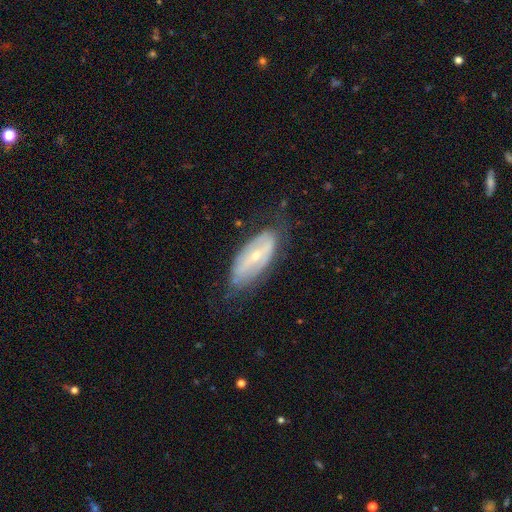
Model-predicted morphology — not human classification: This is likely a featured or disk galaxy (69%). It is clearly not viewed edge-on (86%). Bar: marginally weak (34%). Spiral arm pattern: possibly yes (59%). Central bulge: likely small (66%). Merging: likely none (67%).